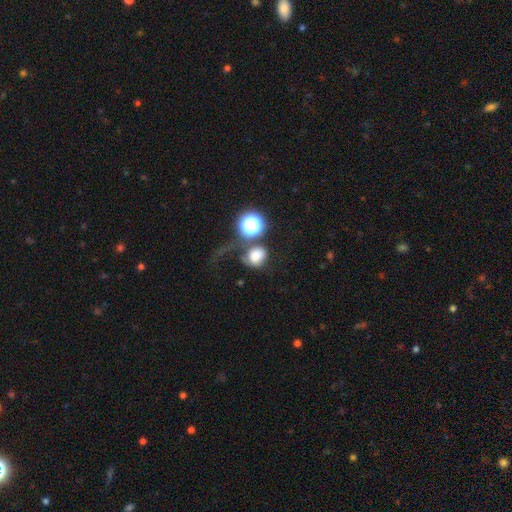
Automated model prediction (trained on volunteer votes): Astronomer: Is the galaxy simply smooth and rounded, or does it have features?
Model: smooth — 71%.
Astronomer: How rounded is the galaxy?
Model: round — 70%.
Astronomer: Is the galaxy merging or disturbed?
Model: none — 36% (runner-up: major disturbance, 25%).